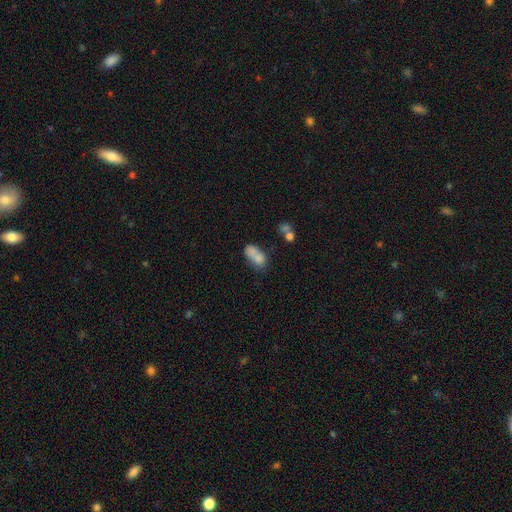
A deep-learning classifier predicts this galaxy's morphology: type=smooth (73%); roundness=in between (84%); merging=merger (41%).